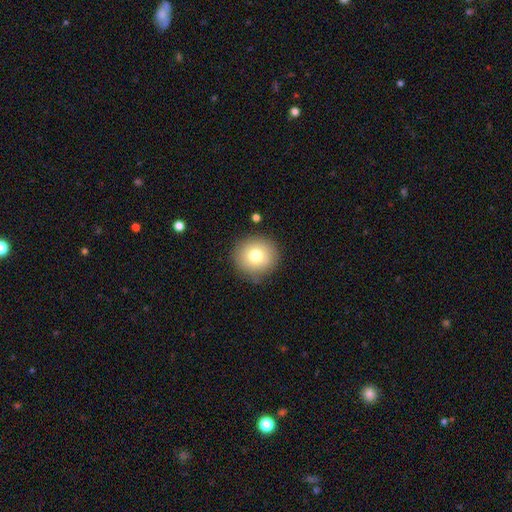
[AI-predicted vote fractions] This is likely a smooth galaxy (76%). How rounded: clearly round (90%). Merging: clearly none (86%).